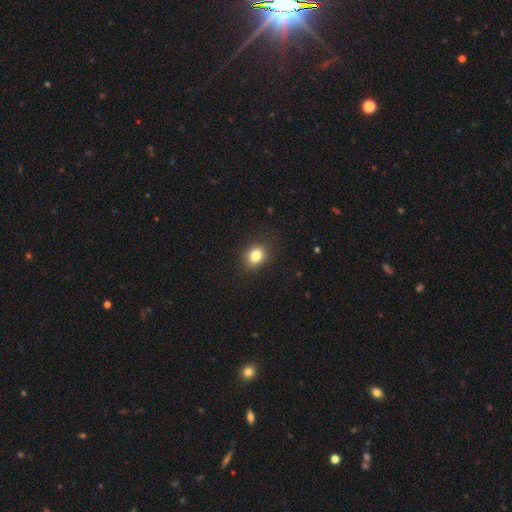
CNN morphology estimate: type=smooth (82%); roundness=round (55%); merging=none (88%).